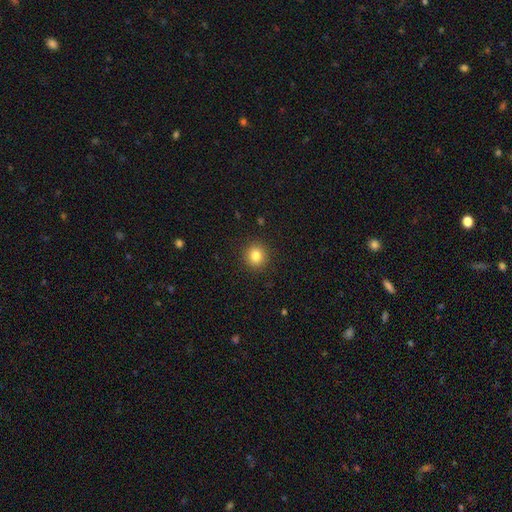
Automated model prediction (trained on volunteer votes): A smooth galaxy with no disk features (83%) that is round (89%). Merging: none (91%).